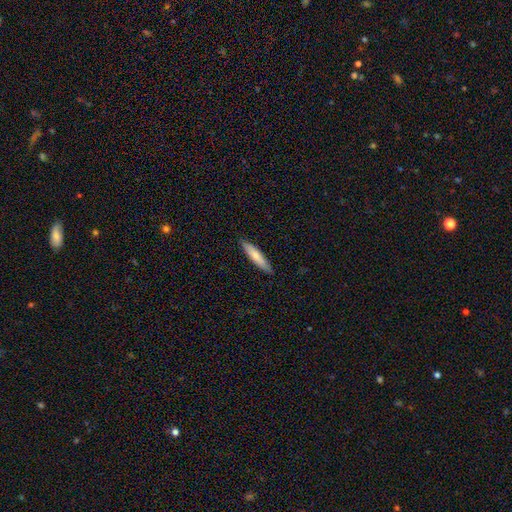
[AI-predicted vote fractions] A smooth galaxy with no disk features (75%) that is cigar-shaped (85%).

Vote fractions:
- Smooth or featured? smooth: 75% / featured or disk: 20% / star or artifact: 5%
- How rounded? cigar-shaped: 85% / in between: 14% / round: 1%
- Merging? none: 89% / minor disturbance: 9% / major disturbance: 2% / merger: 1%